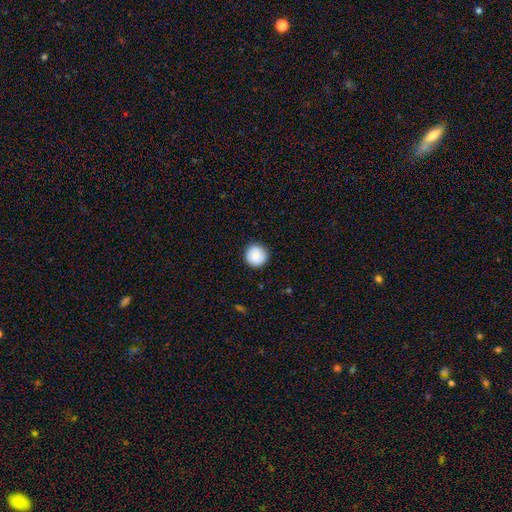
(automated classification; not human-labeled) Smooth or featured: smooth — 79% (featured or disk — 14%)
How rounded: round — 95% (in between — 4%)
Merging: none — 89% (minor disturbance — 8%)